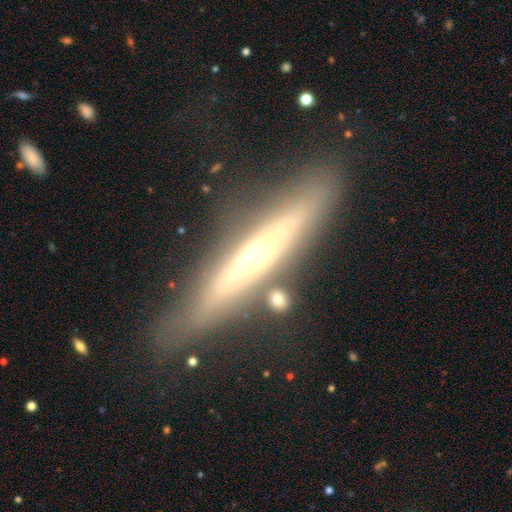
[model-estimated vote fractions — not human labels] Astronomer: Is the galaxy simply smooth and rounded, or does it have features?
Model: featured or disk — 68%.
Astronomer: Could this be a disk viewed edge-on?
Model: yes — 80%.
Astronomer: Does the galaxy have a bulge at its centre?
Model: rounded — 79%.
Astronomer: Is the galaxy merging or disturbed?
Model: none — 74%.